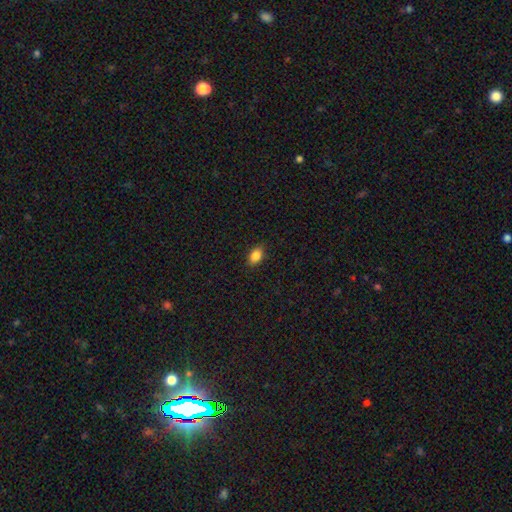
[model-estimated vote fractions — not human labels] Smooth or featured?
  - smooth: 85% *
  - star or artifact: 9%
  - featured or disk: 6%
How rounded?
  - in between: 82% *
  - round: 15%
  - cigar-shaped: 2%
Merging?
  - none: 85% *
  - minor disturbance: 12%
  - major disturbance: 2%
  - merger: 1%